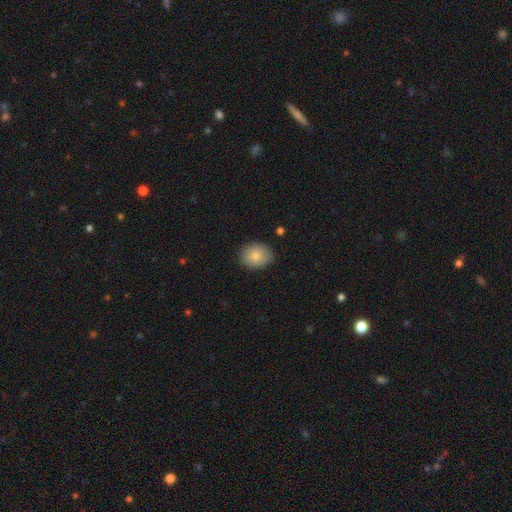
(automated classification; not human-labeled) A smooth galaxy with no disk features (83%) that is round (50%).

Vote fractions:
- Smooth or featured? smooth: 83% / featured or disk: 10% / star or artifact: 8%
- How rounded? round: 50% / in between: 49% / cigar-shaped: 1%
- Merging? none: 85% / minor disturbance: 11% / major disturbance: 2% / merger: 1%